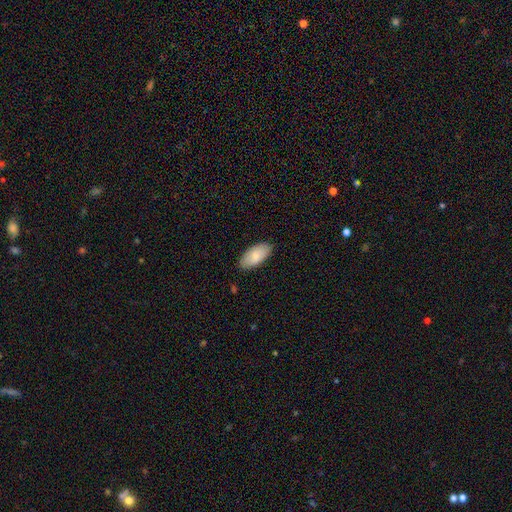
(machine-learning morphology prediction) smooth_or_featured: smooth (p=0.82) [alt: featured or disk p=0.13]
how_rounded: in between (p=0.94) [alt: cigar-shaped p=0.04]
merging: none (p=0.86) [alt: minor disturbance p=0.11]